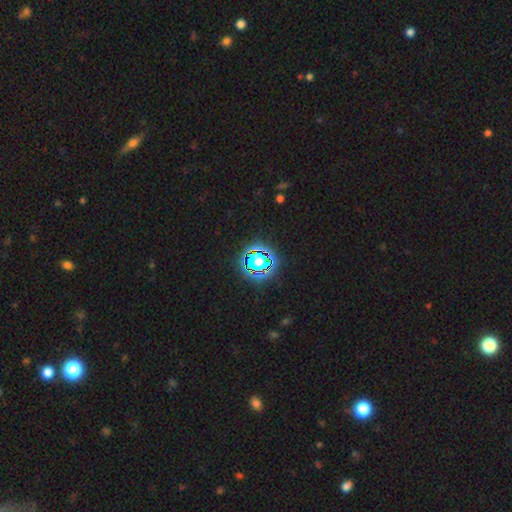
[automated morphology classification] This is likely a star or artifact rather than a galaxy (65%).